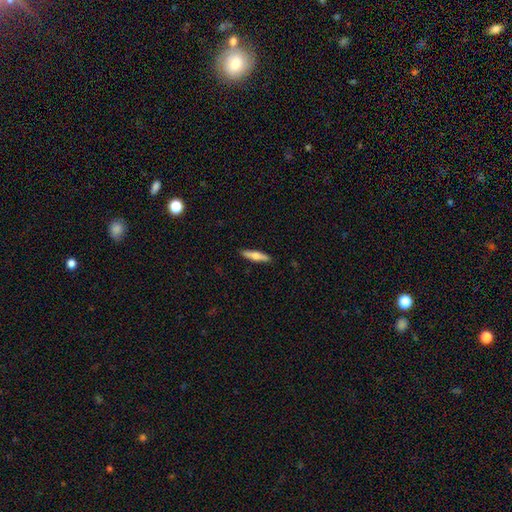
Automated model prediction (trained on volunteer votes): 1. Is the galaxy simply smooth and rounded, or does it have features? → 58% smooth, 36% featured or disk, 5% star or artifact.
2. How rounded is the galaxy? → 82% cigar-shaped, 16% in between, 2% round.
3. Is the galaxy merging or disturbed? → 90% none, 7% minor disturbance, 2% major disturbance, 1% merger.